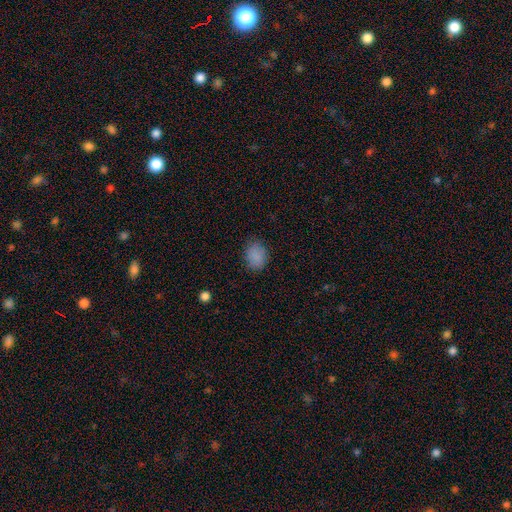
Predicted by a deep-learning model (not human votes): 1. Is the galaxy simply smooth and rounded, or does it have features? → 86% smooth, 10% star or artifact, 4% featured or disk.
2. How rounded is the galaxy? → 54% in between, 45% round, 1% cigar-shaped.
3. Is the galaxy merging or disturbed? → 83% none, 13% minor disturbance, 3% major disturbance, 1% merger.